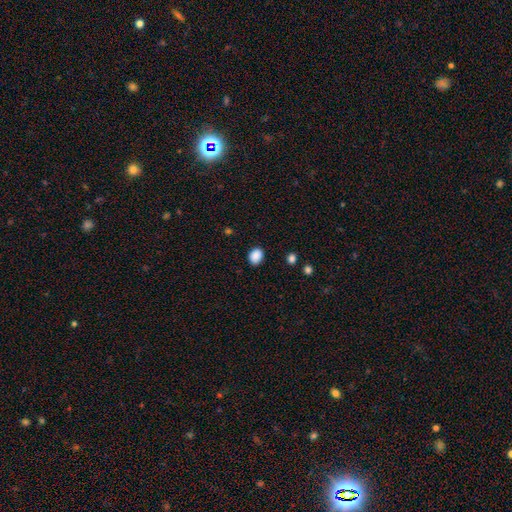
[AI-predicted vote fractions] Smooth or featured: smooth — 89% (star or artifact — 8%)
How rounded: in between — 60% (round — 39%)
Merging: none — 86% (minor disturbance — 10%)